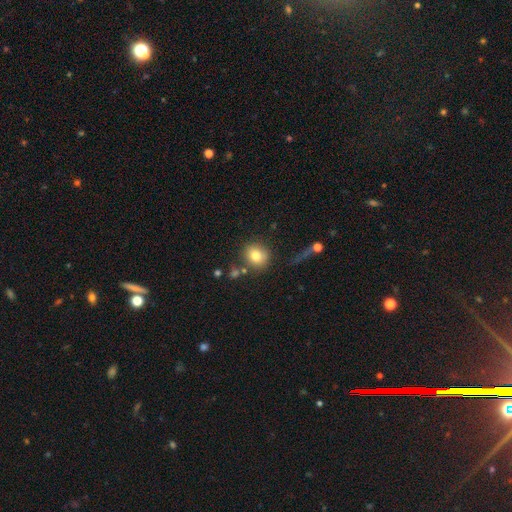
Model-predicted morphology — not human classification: smooth-or-featured: smooth: 79% | featured or disk: 11% | star or artifact: 10%
  how-rounded: round: 86% | in between: 13% | cigar-shaped: 1%
  merging: none: 77% | minor disturbance: 11% | merger: 8% | major disturbance: 5%